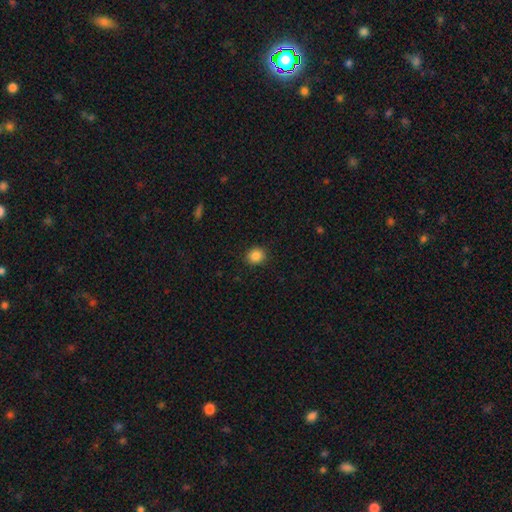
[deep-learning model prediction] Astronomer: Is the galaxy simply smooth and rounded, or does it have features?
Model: smooth — 86%.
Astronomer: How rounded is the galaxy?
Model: round — 79%.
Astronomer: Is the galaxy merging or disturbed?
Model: none — 90%.